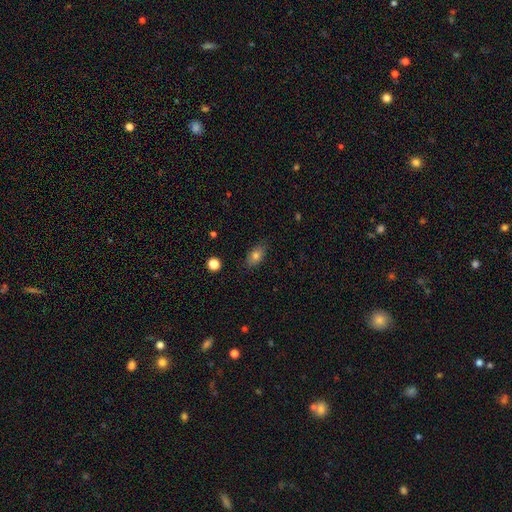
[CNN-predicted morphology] Smooth or featured? Predicted: smooth (p=0.78). How rounded? Predicted: in between (p=0.84). Merging? Predicted: none (p=0.83).